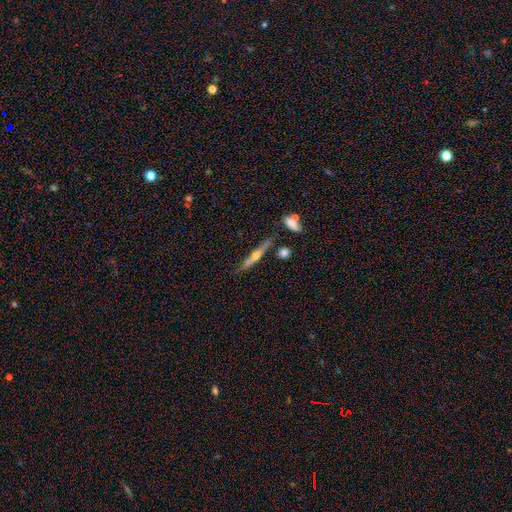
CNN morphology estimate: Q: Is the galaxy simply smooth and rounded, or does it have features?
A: featured or disk — 64%.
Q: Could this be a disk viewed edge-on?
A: yes — 95%.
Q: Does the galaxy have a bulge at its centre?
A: rounded — 85%.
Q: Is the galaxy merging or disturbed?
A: none — 74%.